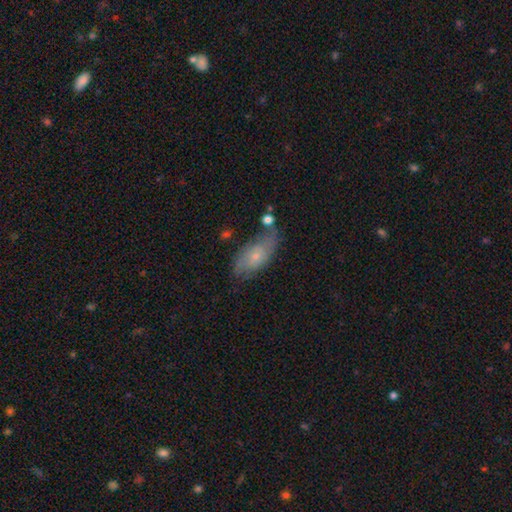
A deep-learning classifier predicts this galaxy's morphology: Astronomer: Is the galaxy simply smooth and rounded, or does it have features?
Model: smooth — 55% (runner-up: featured or disk, 37%).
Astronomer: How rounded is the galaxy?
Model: in between — 87%.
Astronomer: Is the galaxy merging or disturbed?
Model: none — 51% (runner-up: minor disturbance, 28%).